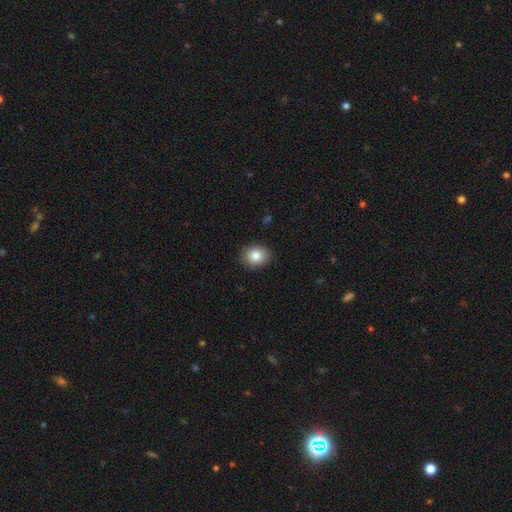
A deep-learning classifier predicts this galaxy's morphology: smooth-or-featured: smooth: 84% | star or artifact: 9% | featured or disk: 7%
  how-rounded: round: 51% | in between: 48% | cigar-shaped: 1%
  merging: none: 89% | minor disturbance: 8% | major disturbance: 2% | merger: 1%